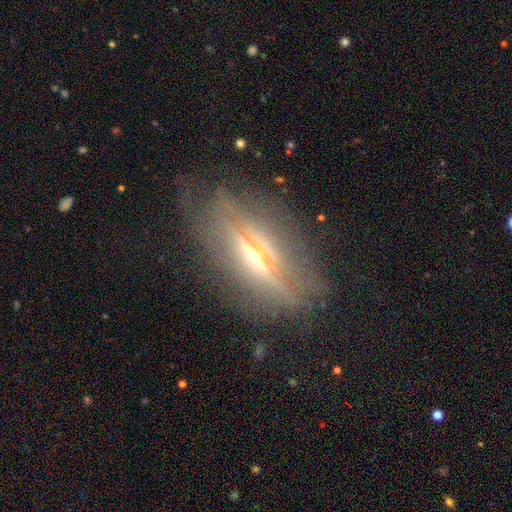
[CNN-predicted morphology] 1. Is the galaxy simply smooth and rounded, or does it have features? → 75% featured or disk, 15% smooth, 9% star or artifact.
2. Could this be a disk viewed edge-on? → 84% yes, 16% no.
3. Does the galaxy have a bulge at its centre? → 87% rounded, 8% none, 5% boxy.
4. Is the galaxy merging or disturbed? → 69% none, 18% minor disturbance, 11% major disturbance, 2% merger.